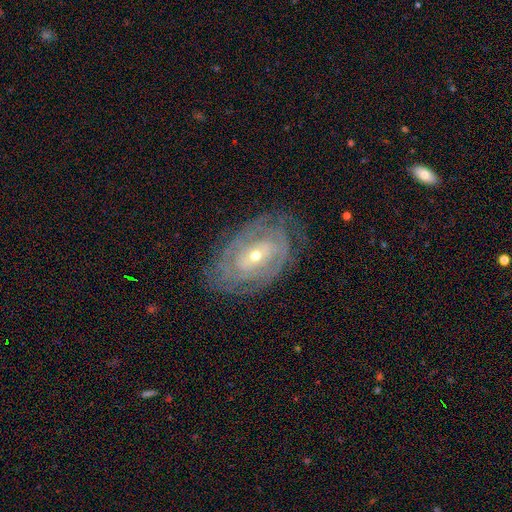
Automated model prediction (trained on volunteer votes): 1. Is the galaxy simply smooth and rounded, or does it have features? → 82% featured or disk, 12% smooth, 6% star or artifact.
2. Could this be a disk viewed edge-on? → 94% no, 6% yes.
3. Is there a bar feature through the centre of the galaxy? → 56% no, 30% weak, 14% strong.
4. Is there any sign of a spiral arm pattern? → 84% yes, 16% no.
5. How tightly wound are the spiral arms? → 75% tight, 19% medium, 6% loose.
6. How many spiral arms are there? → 50% can't tell, 23% 2, 11% 3, 7% 4, 5% more than 4, 5% 1.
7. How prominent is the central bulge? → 56% small, 41% moderate, 2% large, 1% dominant, 1% none.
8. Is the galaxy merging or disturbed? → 73% none, 18% minor disturbance, 8% major disturbance, 1% merger.